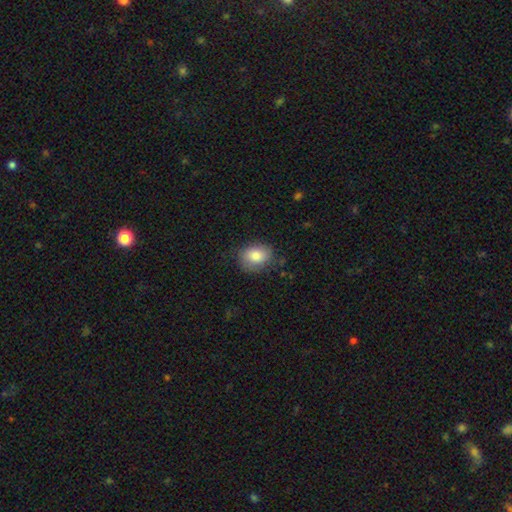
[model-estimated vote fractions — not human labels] smooth-or-featured: smooth: 83% | featured or disk: 10% | star or artifact: 7%
  how-rounded: in between: 64% | round: 35% | cigar-shaped: 1%
  merging: none: 74% | minor disturbance: 19% | major disturbance: 5% | merger: 1%